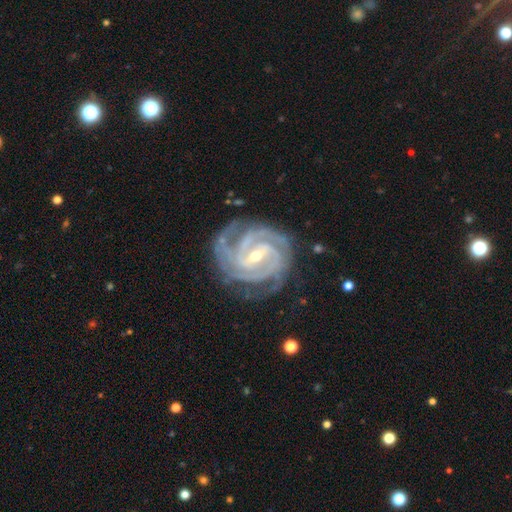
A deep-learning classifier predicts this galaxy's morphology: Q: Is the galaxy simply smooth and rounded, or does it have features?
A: featured or disk — 94%.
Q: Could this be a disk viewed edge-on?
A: no — 98%.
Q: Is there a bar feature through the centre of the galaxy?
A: strong — 45%.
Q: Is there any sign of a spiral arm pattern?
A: yes — 99%.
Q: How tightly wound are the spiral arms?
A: tight — 72%.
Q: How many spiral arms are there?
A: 3 — 40%.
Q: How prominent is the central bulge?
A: small — 54%.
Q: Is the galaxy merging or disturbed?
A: none — 75%.